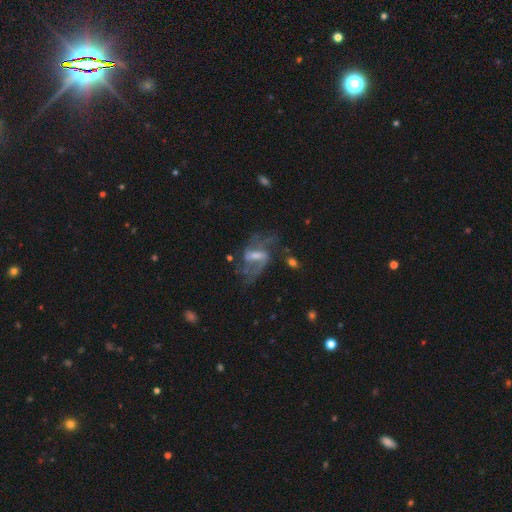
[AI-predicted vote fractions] featured or disk 81%, smooth 10%, star or artifact 9%. Down the decision tree: edge-on disk — no (95%); bar — weak (48%); spiral arms — yes (87%); spiral arm count — 2 (70%); spiral winding — loose (50%); bulge size — small (39%); merging — none (52%).